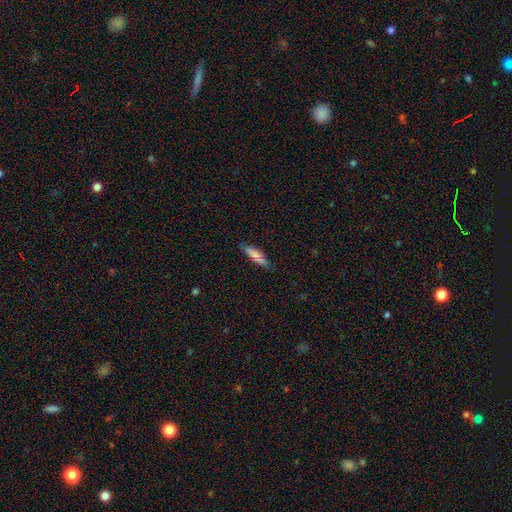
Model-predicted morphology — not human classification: Overall: smooth (75%). How rounded: cigar-shaped (62%; in between 36%). Merging: none (82%).